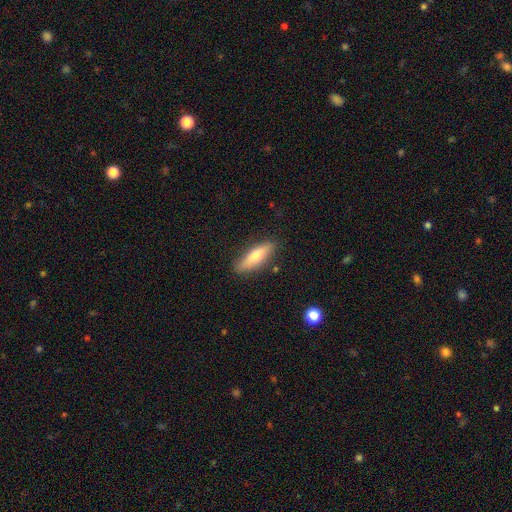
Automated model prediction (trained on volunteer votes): The model was most divided on "smooth or featured": smooth: 59%, featured or disk: 34%, star or artifact: 6%. More confident: merging — none (85%); how rounded — cigar-shaped (63%).